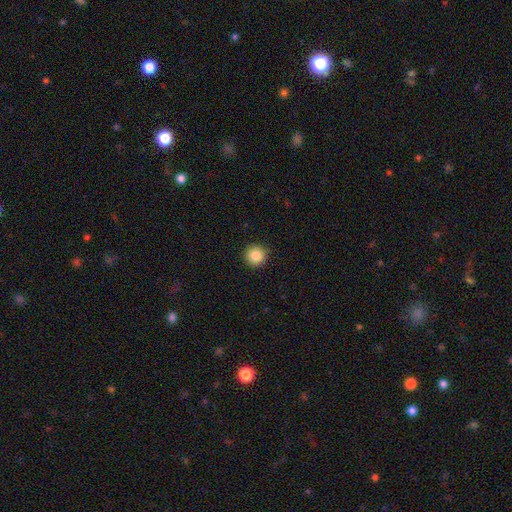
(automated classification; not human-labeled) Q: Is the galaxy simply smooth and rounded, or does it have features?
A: smooth — 85%.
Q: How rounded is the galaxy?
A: round — 96%.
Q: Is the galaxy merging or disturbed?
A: none — 93%.